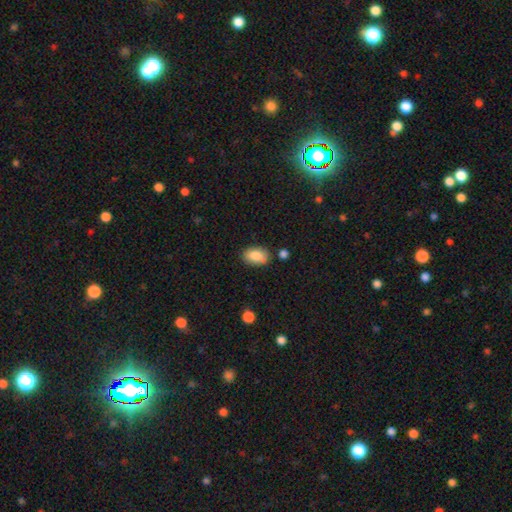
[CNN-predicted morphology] Overall: smooth (86%). How rounded: in between (90%). Merging: none (80%).